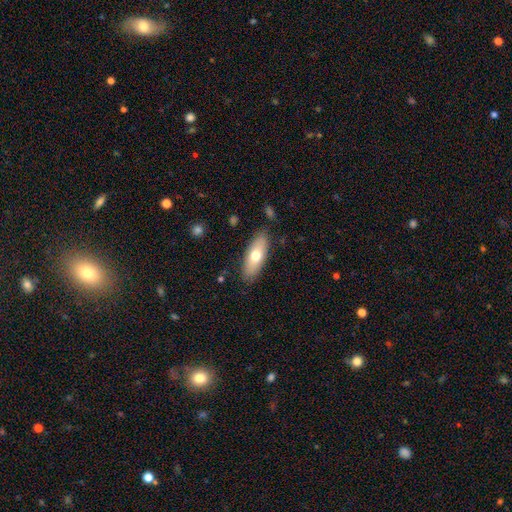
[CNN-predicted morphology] Q: Smooth or featured?
A: smooth (66%); runner-up: featured or disk (28%)
Q: How rounded?
A: in between (69%); runner-up: cigar-shaped (28%)
Q: Merging?
A: none (85%); runner-up: minor disturbance (11%)